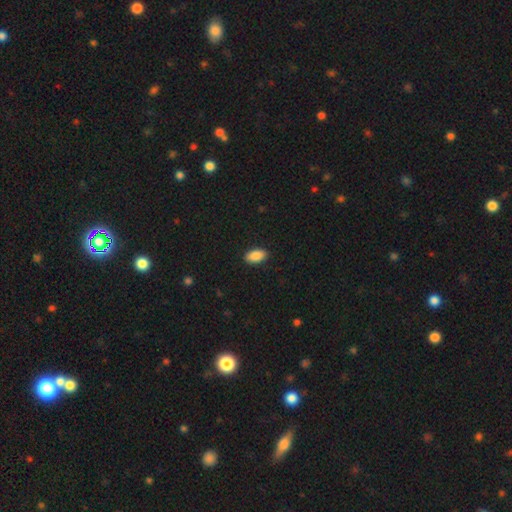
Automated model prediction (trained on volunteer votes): Overall: smooth (89%). How rounded: in between (94%). Merging: none (90%).